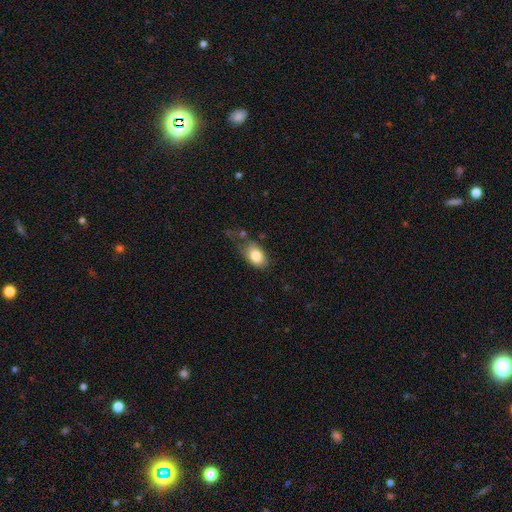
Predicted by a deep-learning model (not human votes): smooth_or_featured: smooth (p=0.81) [alt: featured or disk p=0.12]
how_rounded: in between (p=0.84) [alt: round p=0.15]
merging: none (p=0.42) [alt: minor disturbance p=0.29]